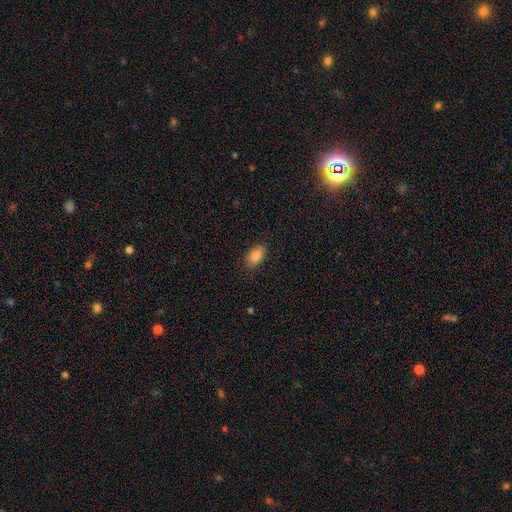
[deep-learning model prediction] The model was most divided on "merging": none: 85%, minor disturbance: 11%, major disturbance: 3%, merger: 1%. More confident: how rounded — in between (92%); smooth or featured — smooth (86%).